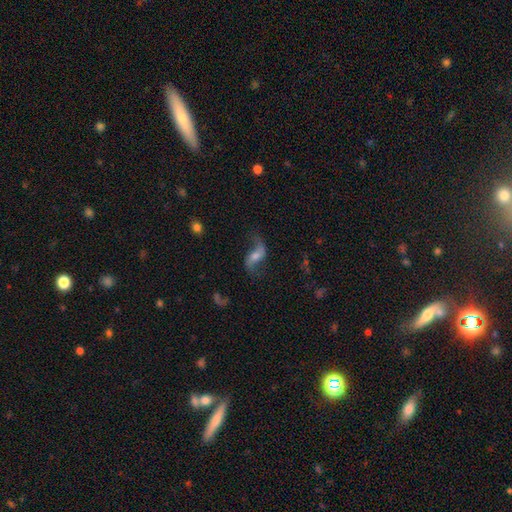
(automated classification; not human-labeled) smooth_or_featured: featured or disk (p=0.77) [alt: smooth p=0.14]
disk_edge_on: no (p=0.94) [alt: yes p=0.06]
bar: weak (p=0.40) [alt: no p=0.36]
has_spiral_arms: yes (p=0.93) [alt: no p=0.07]
spiral_winding: loose (p=0.88) [alt: medium p=0.09]
spiral_arm_count: 2 (p=0.92) [alt: 1 p=0.03]
bulge_size: moderate (p=0.42) [alt: small p=0.40]
merging: none (p=0.70) [alt: minor disturbance p=0.15]